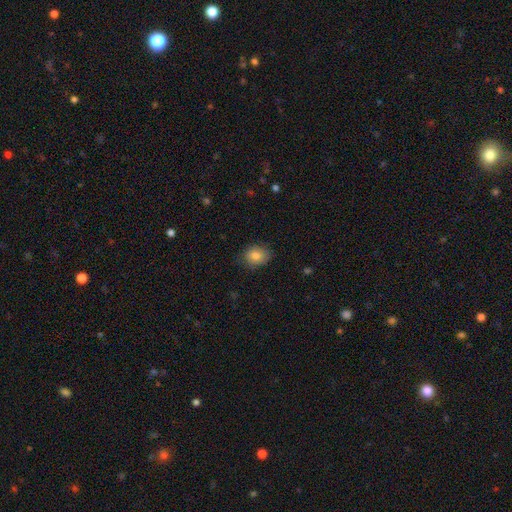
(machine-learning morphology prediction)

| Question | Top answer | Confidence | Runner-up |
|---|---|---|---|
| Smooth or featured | smooth | 82% | featured or disk (9%) |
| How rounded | in between | 53% | round (46%) |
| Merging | none | 79% | minor disturbance (17%) |